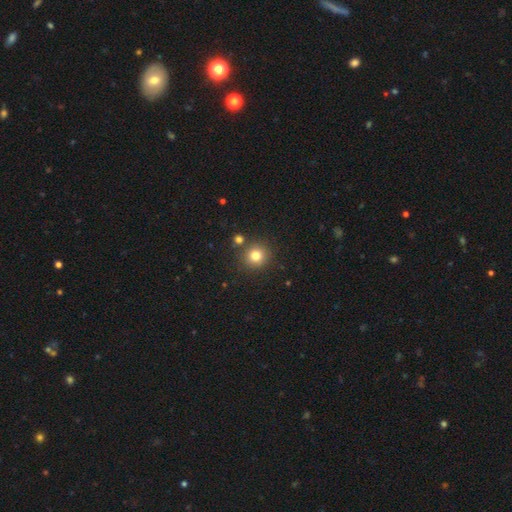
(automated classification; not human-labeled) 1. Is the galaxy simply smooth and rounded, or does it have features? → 80% smooth, 13% star or artifact, 7% featured or disk.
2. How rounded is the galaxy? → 93% round, 6% in between, 1% cigar-shaped.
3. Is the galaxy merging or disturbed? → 84% none, 7% minor disturbance, 7% merger, 3% major disturbance.